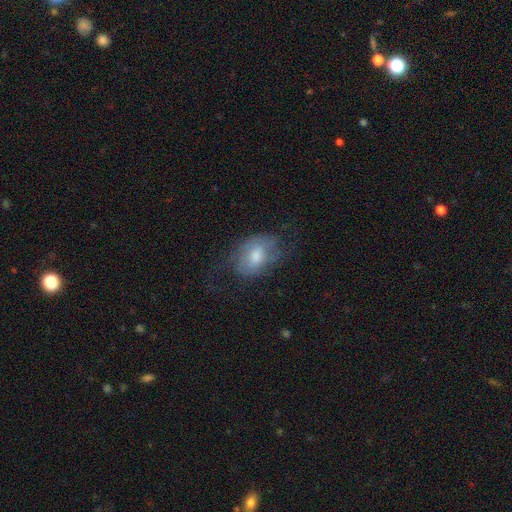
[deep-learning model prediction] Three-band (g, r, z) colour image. It shows a smooth galaxy with no disk features (48%). Merging: none (49%).